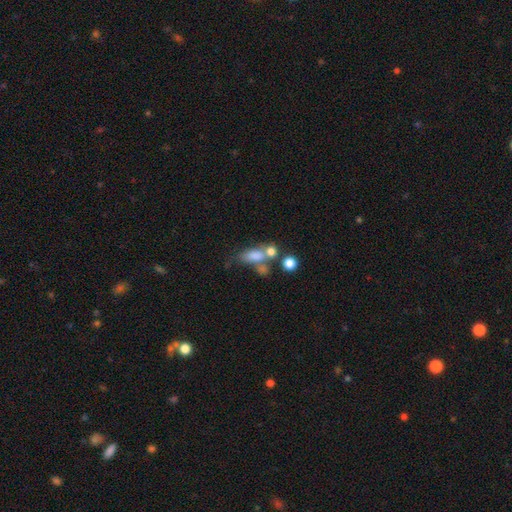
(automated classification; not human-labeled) A smooth galaxy with no disk features (70%) that is in between round and cigar-shaped (70%). Merging: merger (40%).